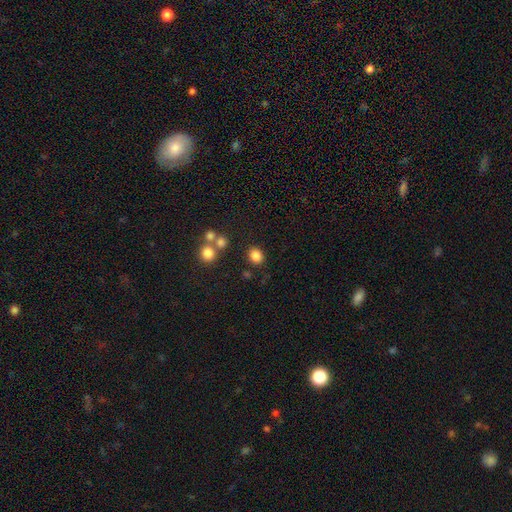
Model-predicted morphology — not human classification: Q: Smooth or featured?
A: smooth (83%); runner-up: star or artifact (12%)
Q: How rounded?
A: round (67%); runner-up: in between (32%)
Q: Merging?
A: none (82%); runner-up: minor disturbance (9%)